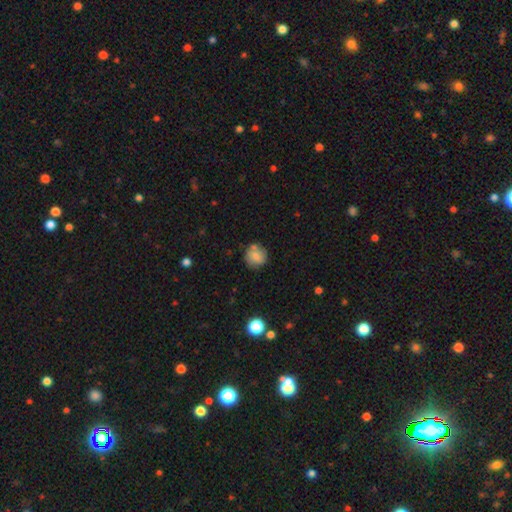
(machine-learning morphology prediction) This appears to be a smooth galaxy with no disk features (72%) that is round (89%). Merging: none (72%).